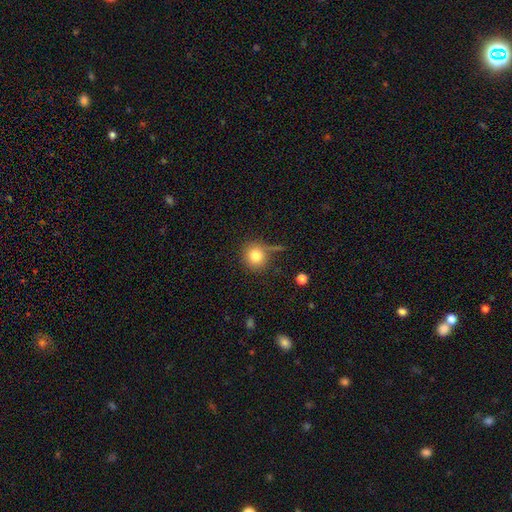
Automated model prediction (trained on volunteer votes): Smooth or featured? Predicted: smooth (p=0.80). How rounded? Predicted: round (p=0.92). Merging? Predicted: none (p=0.68).